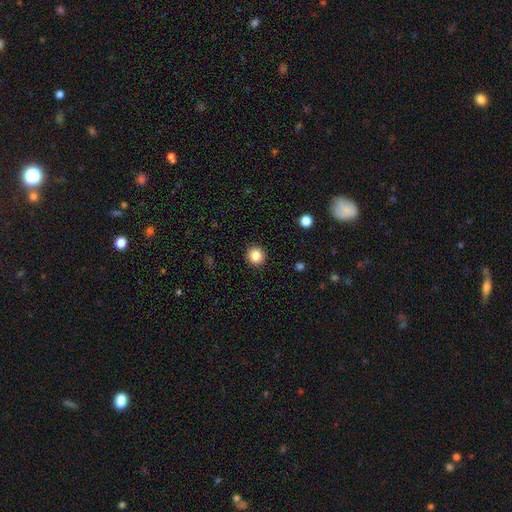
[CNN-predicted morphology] type=smooth (84%); roundness=round (92%); merging=none (92%).